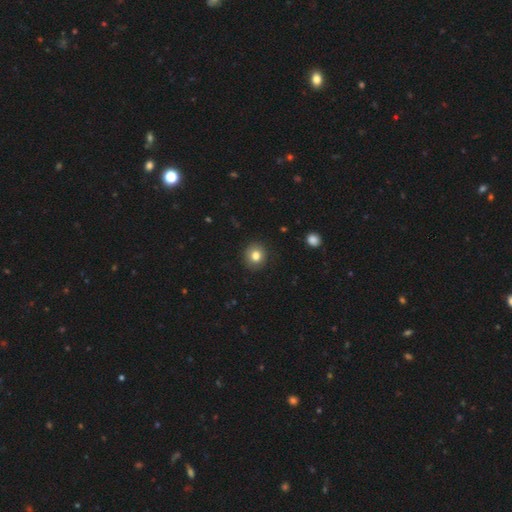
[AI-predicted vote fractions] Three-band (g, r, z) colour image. It shows a smooth galaxy with no disk features (81%) that is round (83%). Merging: none (90%).